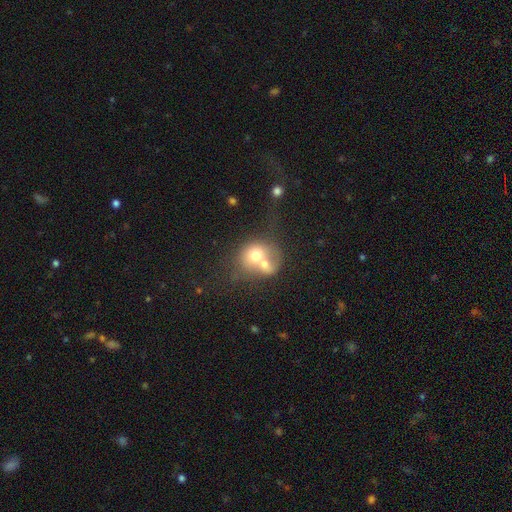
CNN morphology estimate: Smooth or featured?
  - smooth: 62% *
  - featured or disk: 29%
  - star or artifact: 10%
How rounded?
  - round: 65% *
  - in between: 34%
  - cigar-shaped: 1%
Merging?
  - merger: 72% *
  - none: 15%
  - minor disturbance: 7%
  - major disturbance: 6%